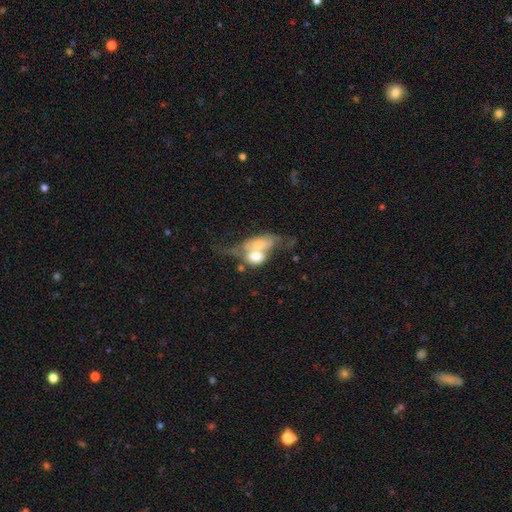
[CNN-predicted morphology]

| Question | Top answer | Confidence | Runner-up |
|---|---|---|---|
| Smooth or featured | smooth | 52% | featured or disk (39%) |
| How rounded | in between | 70% | round (25%) |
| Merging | merger | 69% | major disturbance (14%) |